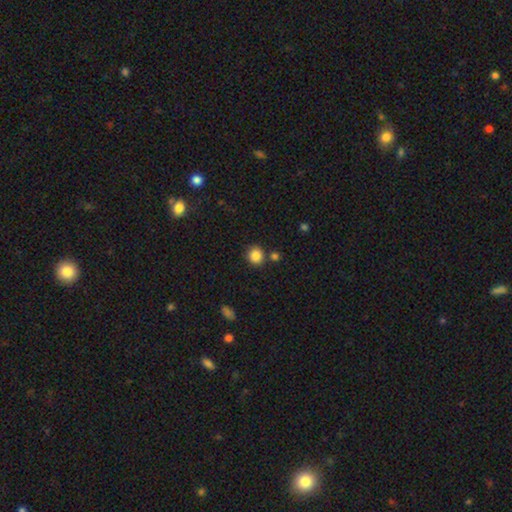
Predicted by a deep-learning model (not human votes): smooth-or-featured: smooth: 87% | star or artifact: 10% | featured or disk: 3%
  how-rounded: round: 86% | in between: 13% | cigar-shaped: 1%
  merging: none: 80% | minor disturbance: 9% | merger: 8% | major disturbance: 3%